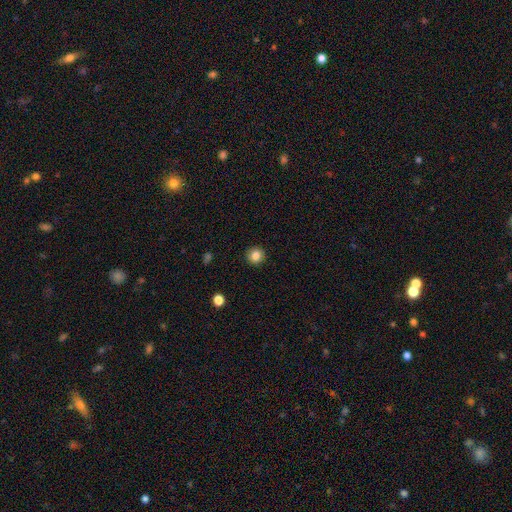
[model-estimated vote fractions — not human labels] Smooth or featured?
  - smooth: 84% *
  - star or artifact: 10%
  - featured or disk: 6%
How rounded?
  - round: 92% *
  - in between: 7%
  - cigar-shaped: 1%
Merging?
  - none: 92% *
  - minor disturbance: 5%
  - major disturbance: 2%
  - merger: 1%